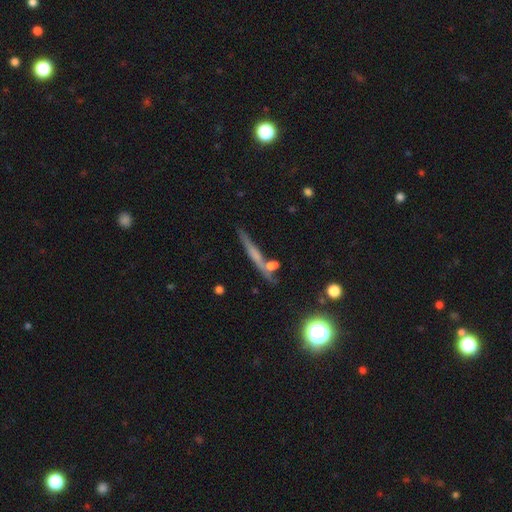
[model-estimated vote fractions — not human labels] This appears to be a featured or disk galaxy (46%). Merging: none (72%).